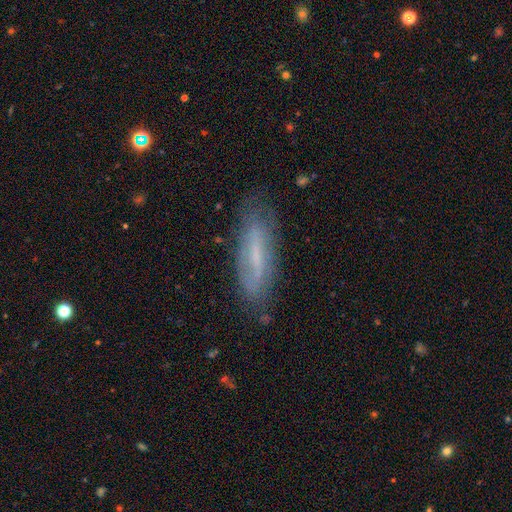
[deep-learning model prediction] A featured or disk galaxy (54%). Merging: none (76%).